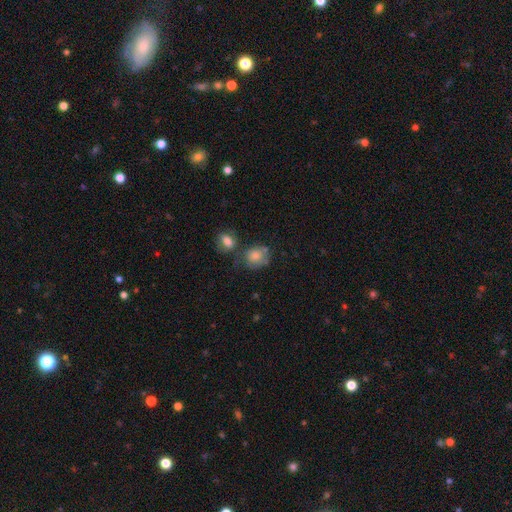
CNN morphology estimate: Smooth or featured? Predicted: smooth (p=0.77). How rounded? Predicted: round (p=0.65). Merging? Predicted: none (p=0.46).